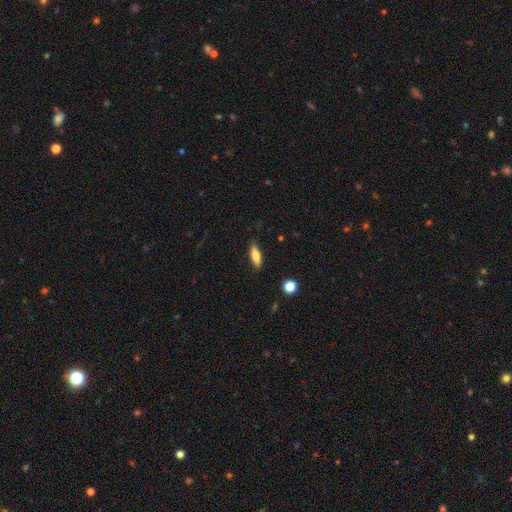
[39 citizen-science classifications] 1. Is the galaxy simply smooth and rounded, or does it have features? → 77% smooth, 15% featured or disk, 8% star or artifact.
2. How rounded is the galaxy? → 63% cigar-shaped, 33% in between, 3% round.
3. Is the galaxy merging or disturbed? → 89% none, 11% minor disturbance, 0% major disturbance, 0% merger.